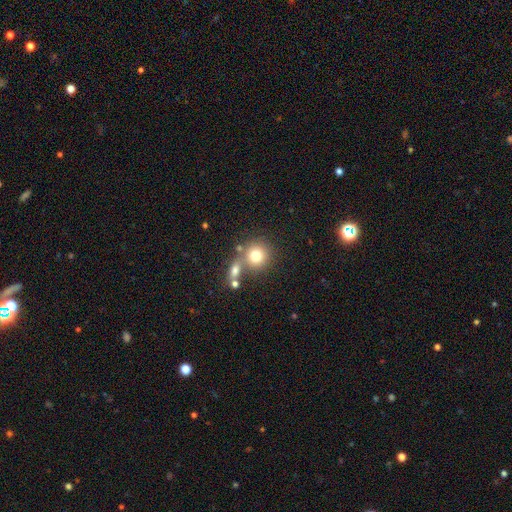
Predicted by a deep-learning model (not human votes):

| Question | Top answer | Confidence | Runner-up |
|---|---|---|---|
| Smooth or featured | smooth | 76% | featured or disk (12%) |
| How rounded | round | 89% | in between (10%) |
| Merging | none | 61% | merger (25%) |